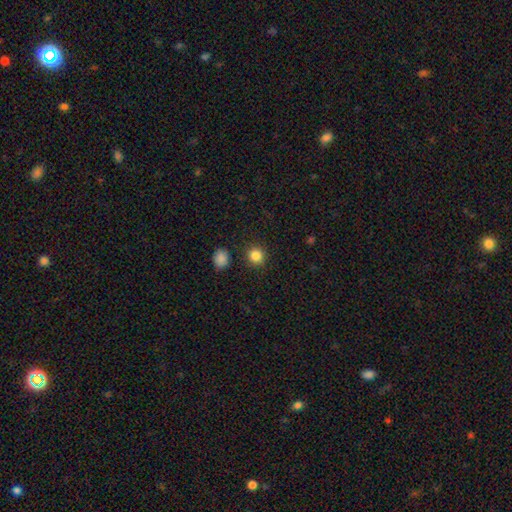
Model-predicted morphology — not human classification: A smooth galaxy with no disk features (85%) that is round (91%). Merging: none (90%).